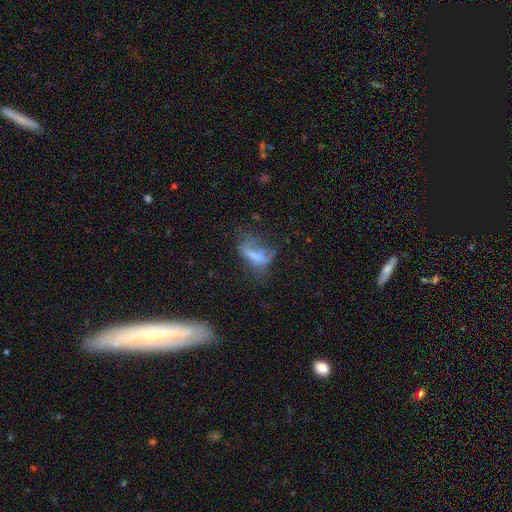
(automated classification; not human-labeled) A smooth galaxy with no disk features (47%).

Vote fractions:
- Smooth or featured? smooth: 47% / featured or disk: 36% / star or artifact: 17%
- Merging? major disturbance: 44% / none: 26% / minor disturbance: 20% / merger: 10%